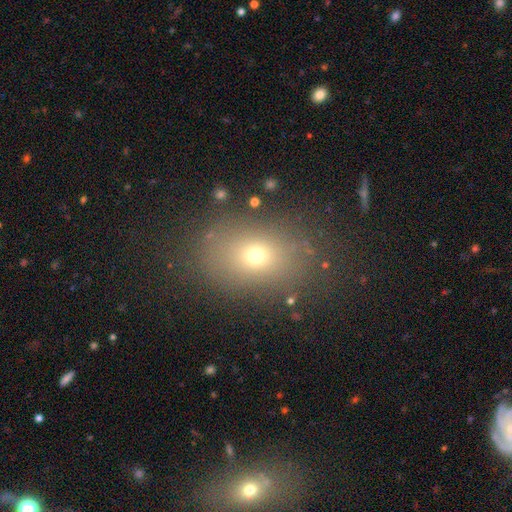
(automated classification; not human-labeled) A smooth galaxy with no disk features (68%) that is in between round and cigar-shaped (68%). Merging: none (81%).